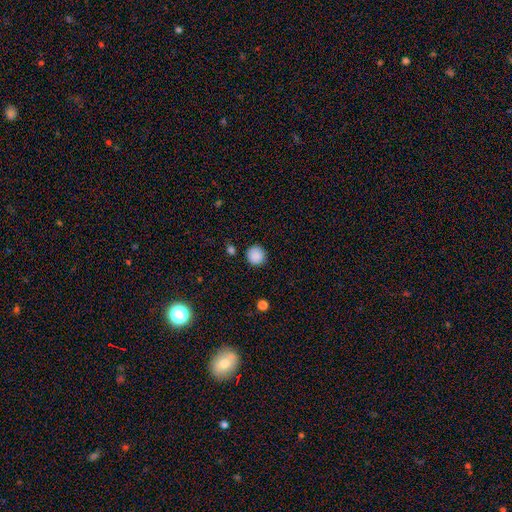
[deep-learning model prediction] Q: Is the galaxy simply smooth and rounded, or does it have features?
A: smooth — 88%.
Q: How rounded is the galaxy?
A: round — 94%.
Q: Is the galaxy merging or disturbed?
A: none — 89%.